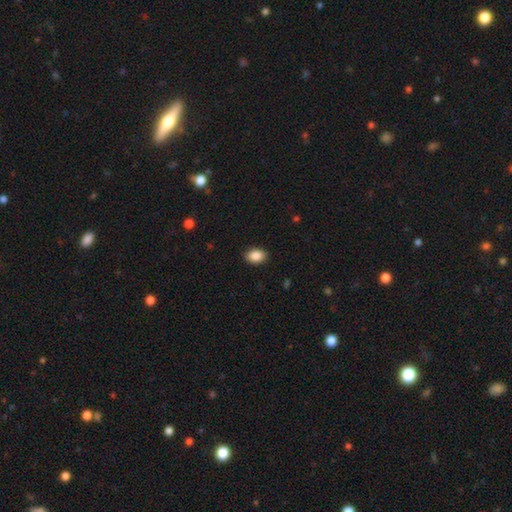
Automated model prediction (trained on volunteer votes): Overall: smooth (88%). How rounded: in between (82%). Merging: none (89%).